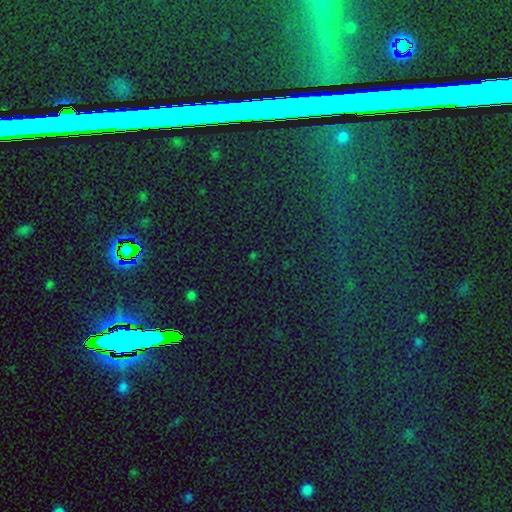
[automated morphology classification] This is clearly a star or artifact rather than a galaxy (83%).